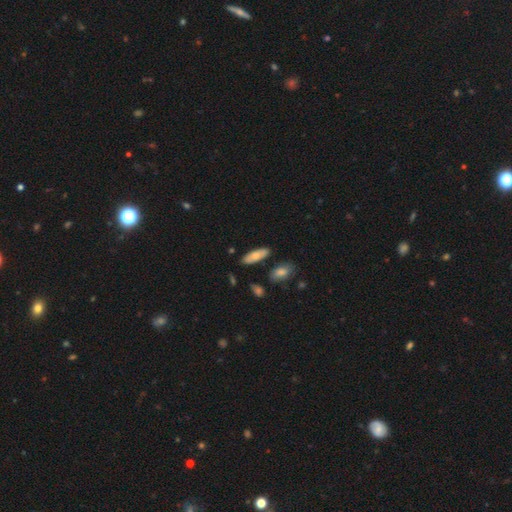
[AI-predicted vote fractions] smooth 75%, featured or disk 19%, star or artifact 6%. Down the decision tree: how rounded — in between (67%); merging — none (81%).